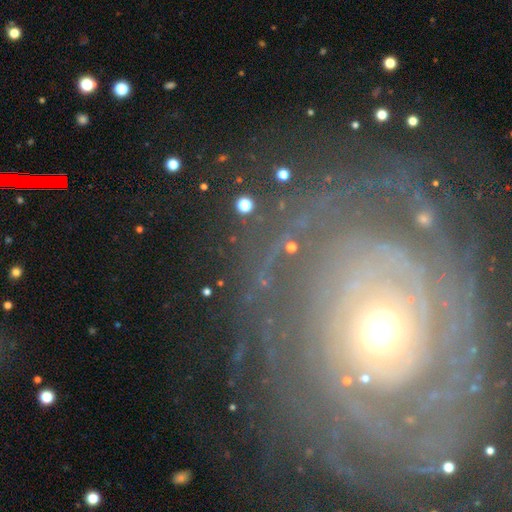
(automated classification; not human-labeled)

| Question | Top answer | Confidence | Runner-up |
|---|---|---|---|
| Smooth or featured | featured or disk | 77% | smooth (12%) |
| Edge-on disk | no | 95% | yes (5%) |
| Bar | no | 82% | weak (12%) |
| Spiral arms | yes | 78% | no (22%) |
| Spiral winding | tight | 79% | medium (15%) |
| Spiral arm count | can't tell | 42% | more than 4 (17%) |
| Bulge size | moderate | 57% | small (31%) |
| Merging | none | 74% | minor disturbance (13%) |